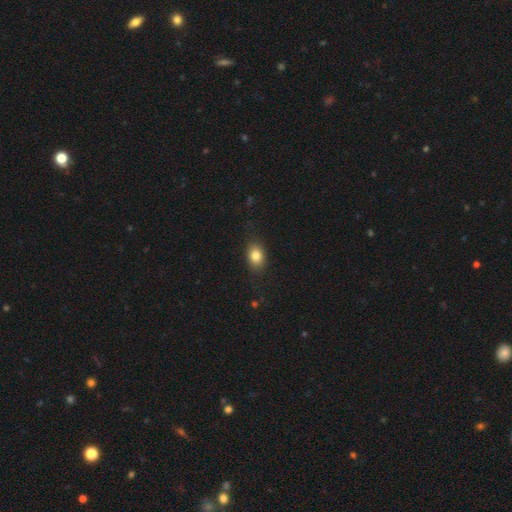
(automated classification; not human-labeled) Q: Smooth or featured?
A: smooth (82%); runner-up: star or artifact (10%)
Q: How rounded?
A: in between (71%); runner-up: round (28%)
Q: Merging?
A: none (83%); runner-up: minor disturbance (13%)